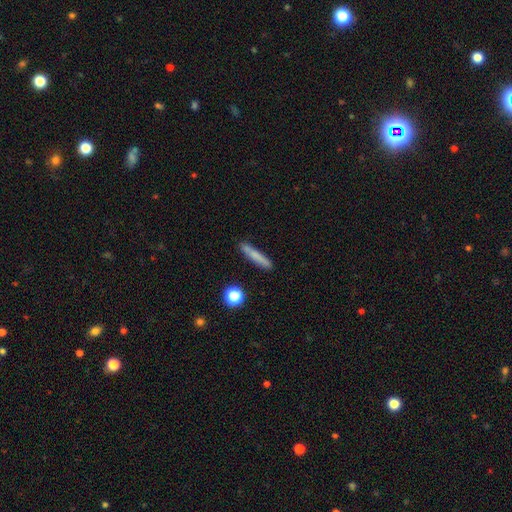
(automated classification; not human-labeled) smooth-or-featured: smooth: 73% | featured or disk: 19% | star or artifact: 8%
  how-rounded: cigar-shaped: 92% | in between: 6% | round: 2%
  merging: none: 84% | minor disturbance: 11% | merger: 3% | major disturbance: 2%